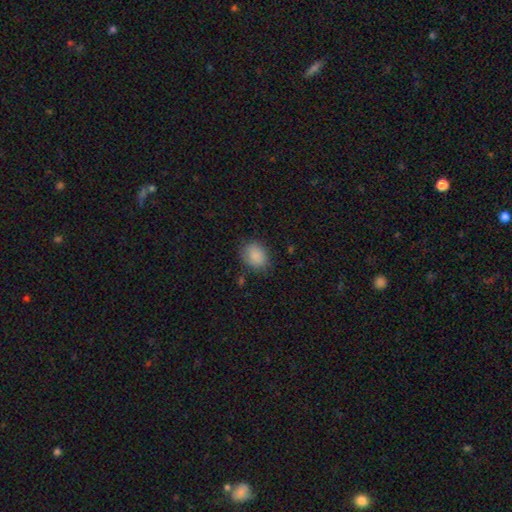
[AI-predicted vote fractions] smooth_or_featured: smooth (p=0.87) [alt: star or artifact p=0.08]
how_rounded: in between (p=0.53) [alt: round p=0.46]
merging: none (p=0.79) [alt: minor disturbance p=0.15]